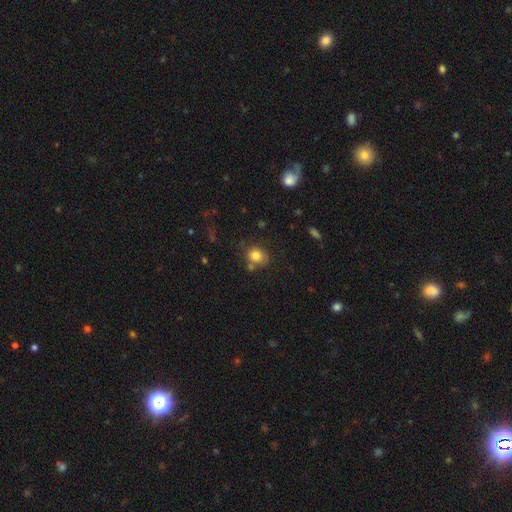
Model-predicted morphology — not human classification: smooth 80%, star or artifact 11%, featured or disk 9%. Down the decision tree: how rounded — round (69%); merging — none (69%).